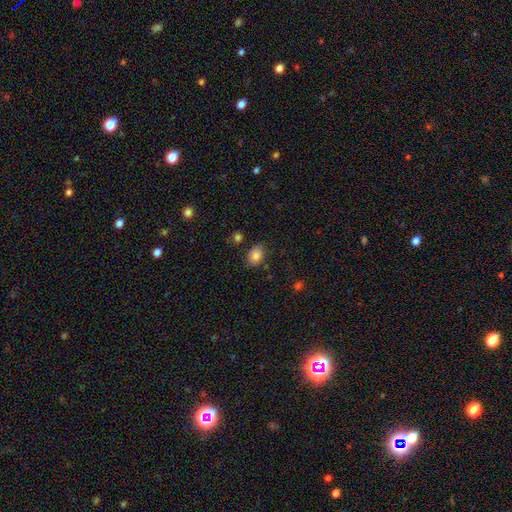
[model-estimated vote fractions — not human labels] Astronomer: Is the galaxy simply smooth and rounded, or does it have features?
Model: smooth — 84%.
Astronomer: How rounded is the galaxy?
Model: in between — 79%.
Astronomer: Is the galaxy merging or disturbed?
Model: none — 77%.